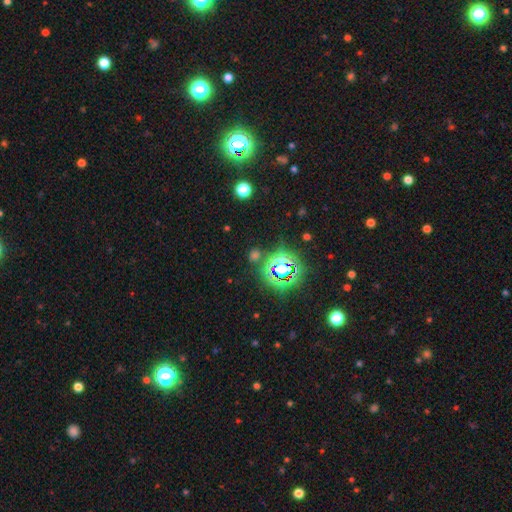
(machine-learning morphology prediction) Smooth or featured? star or artifact (56%)